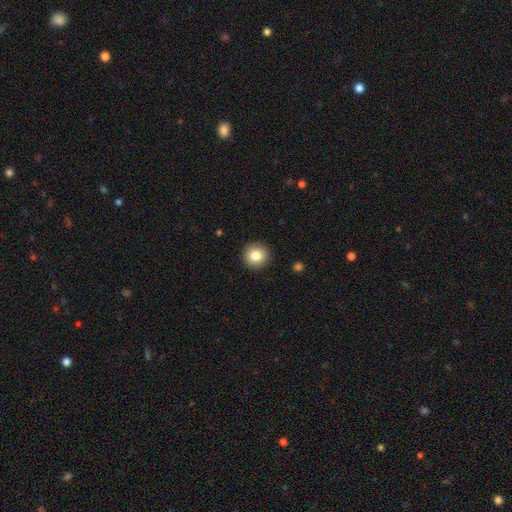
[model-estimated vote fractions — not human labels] This appears to be a smooth galaxy with no disk features (83%) that is round (95%). Merging: none (92%).